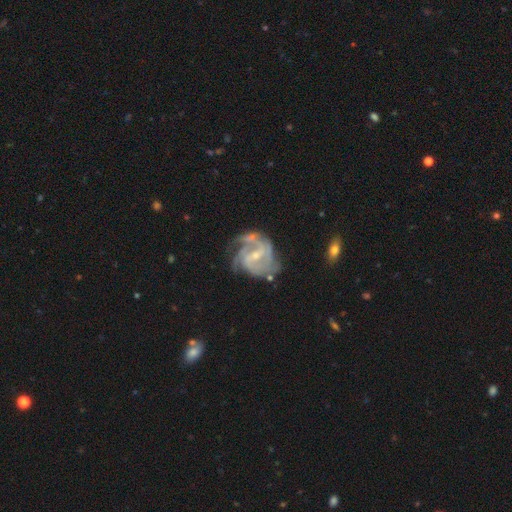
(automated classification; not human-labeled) Overall: featured or disk (90%). Edge-on disk: no (98%). Bar: weak (52%; strong 24%). Spiral arms: yes (97%). Spiral arm count: 3 (37%; 2 27%). Spiral winding: medium (46%; tight 44%). Bulge size: small (65%; moderate 30%). Merging: none (56%; minor disturbance 24%).